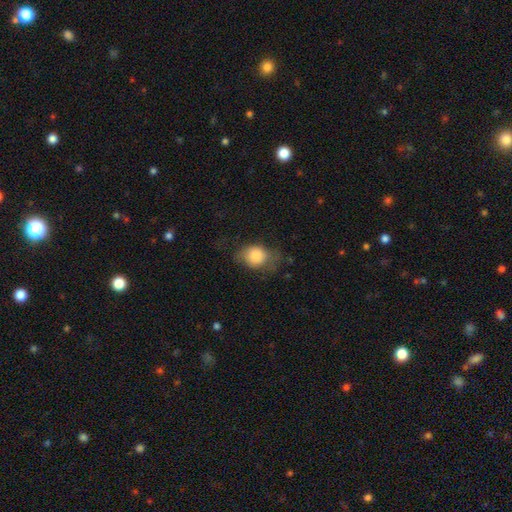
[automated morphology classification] Smooth or featured: smooth — 79% (featured or disk — 13%)
How rounded: round — 53% (in between — 46%)
Merging: none — 49% (minor disturbance — 31%)